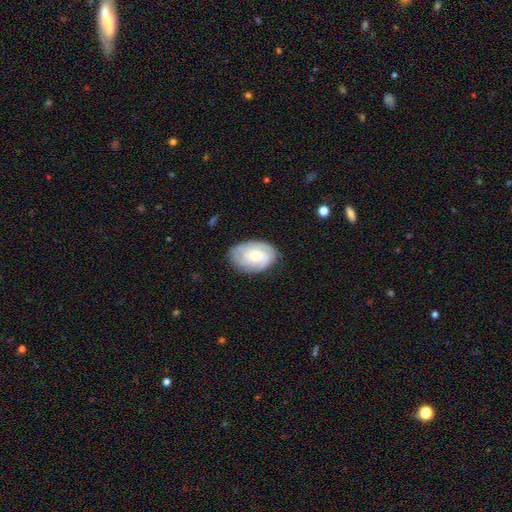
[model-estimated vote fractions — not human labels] Smooth or featured?
  - featured or disk: 69% *
  - smooth: 26%
  - star or artifact: 6%
Edge-on disk?
  - no: 96% *
  - yes: 4%
Bar?
  - no: 68% *
  - weak: 27%
  - strong: 5%
Spiral arms?
  - yes: 91% *
  - no: 9%
Spiral winding?
  - tight: 59% *
  - medium: 32%
  - loose: 10%
Spiral arm count?
  - can't tell: 31% *
  - 3: 30%
  - 2: 19%
  - 4: 11%
  - 1: 4%
  - more than 4: 4%
Bulge size?
  - moderate: 51% *
  - small: 45%
  - large: 2%
  - none: 1%
  - dominant: 1%
Merging?
  - none: 77% *
  - minor disturbance: 17%
  - major disturbance: 4%
  - merger: 1%